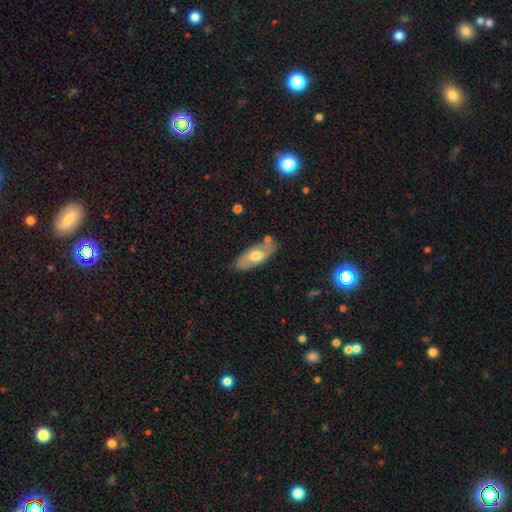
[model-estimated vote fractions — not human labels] Smooth or featured? smooth (57%)
How rounded? in between (83%)
Merging? none (76%)